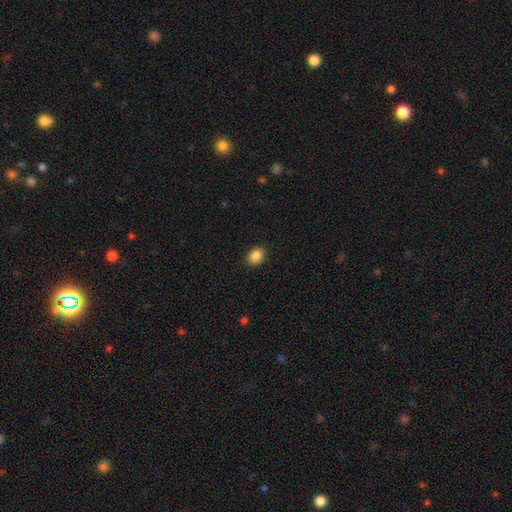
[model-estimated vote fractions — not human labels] This is clearly a smooth galaxy (88%). How rounded: likely in between (63%). Merging: clearly none (90%).